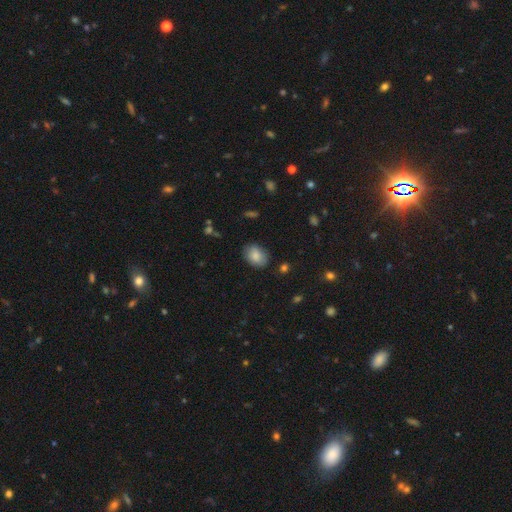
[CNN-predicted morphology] Q: Smooth or featured?
A: smooth (84%); runner-up: featured or disk (9%)
Q: How rounded?
A: in between (71%); runner-up: round (28%)
Q: Merging?
A: none (82%); runner-up: minor disturbance (14%)